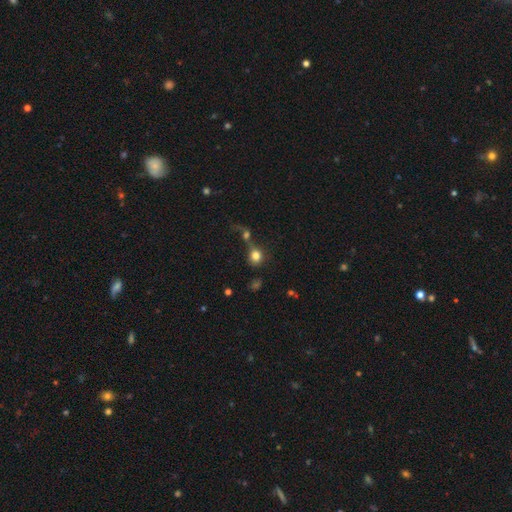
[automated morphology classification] Smooth or featured? smooth (78%)
How rounded? round (80%)
Merging? none (42%)